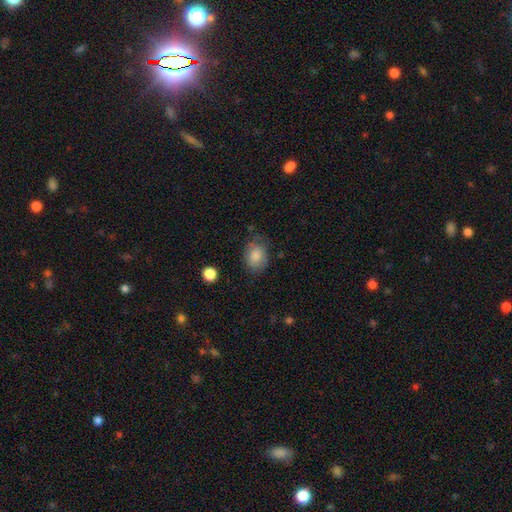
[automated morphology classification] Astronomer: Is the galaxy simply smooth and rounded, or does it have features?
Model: smooth — 83%.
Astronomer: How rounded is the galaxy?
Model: in between — 60% (runner-up: round, 39%).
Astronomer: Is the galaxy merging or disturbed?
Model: none — 65%.